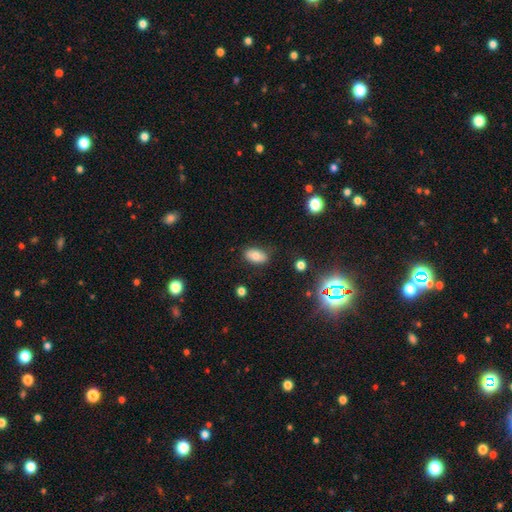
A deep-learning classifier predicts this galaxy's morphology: This appears to be a smooth galaxy with no disk features (73%) that is in between round and cigar-shaped (90%). Merging: none (79%).